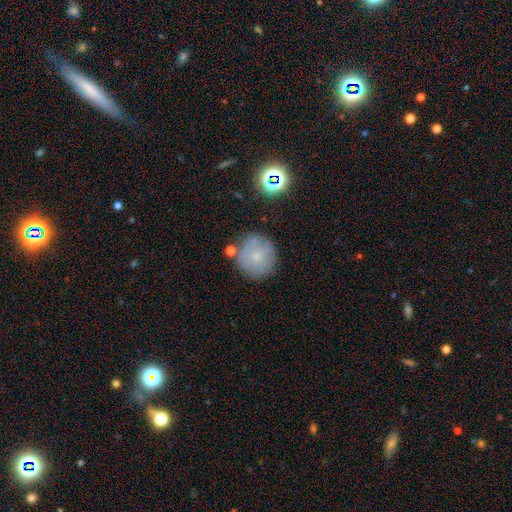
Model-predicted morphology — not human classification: smooth-or-featured: smooth: 68% | featured or disk: 21% | star or artifact: 11%
  how-rounded: round: 94% | in between: 5% | cigar-shaped: 1%
  merging: none: 75% | minor disturbance: 15% | merger: 6% | major disturbance: 5%